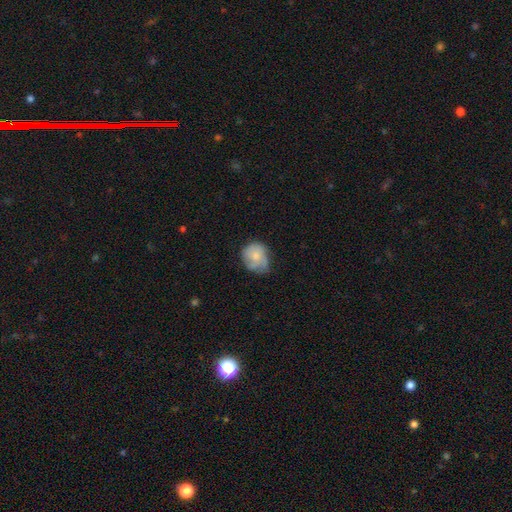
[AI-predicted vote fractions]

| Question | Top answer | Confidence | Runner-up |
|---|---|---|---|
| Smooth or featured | smooth | 57% | featured or disk (36%) |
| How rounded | round | 63% | in between (36%) |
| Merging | none | 48% | minor disturbance (35%) |